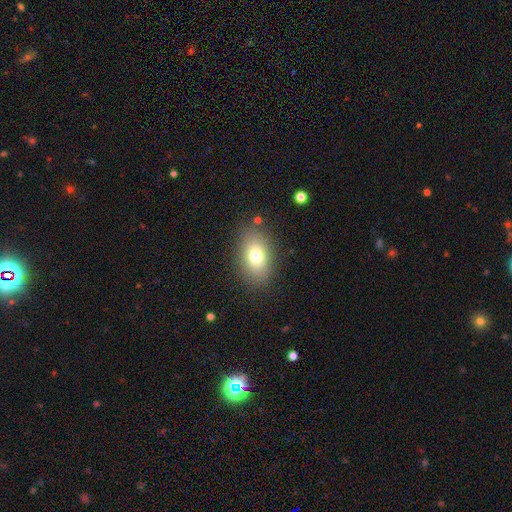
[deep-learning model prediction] A smooth galaxy with no disk features (76%) that is in between round and cigar-shaped (84%). Merging: none (84%).